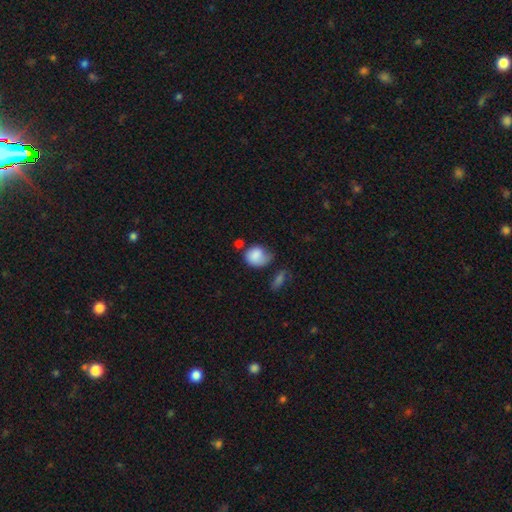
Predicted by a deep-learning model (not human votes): smooth-or-featured: smooth: 81% | featured or disk: 12% | star or artifact: 8%
  how-rounded: round: 58% | in between: 41% | cigar-shaped: 1%
  merging: none: 36% | minor disturbance: 31% | major disturbance: 22% | merger: 11%